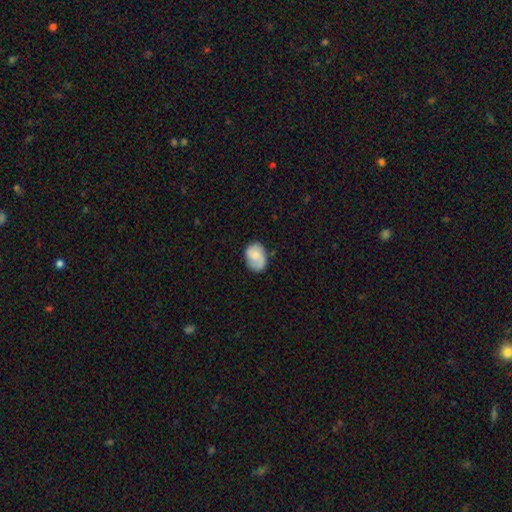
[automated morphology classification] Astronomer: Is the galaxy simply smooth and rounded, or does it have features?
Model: smooth — 66%.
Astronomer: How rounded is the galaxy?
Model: in between — 72%.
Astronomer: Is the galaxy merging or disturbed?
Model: none — 66%.